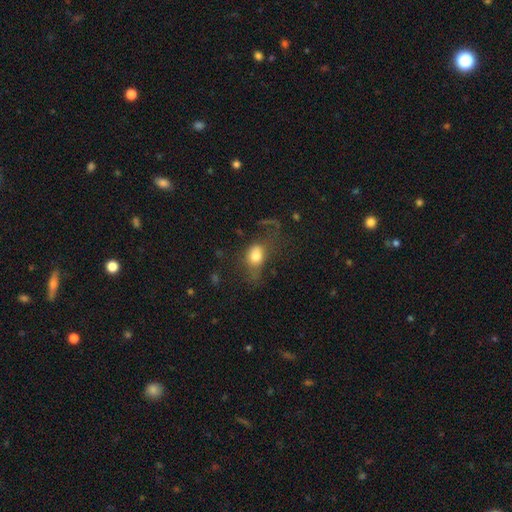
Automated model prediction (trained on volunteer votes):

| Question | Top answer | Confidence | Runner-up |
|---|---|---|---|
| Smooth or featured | smooth | 74% | featured or disk (16%) |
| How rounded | in between | 63% | round (35%) |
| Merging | none | 38% | major disturbance (37%) |